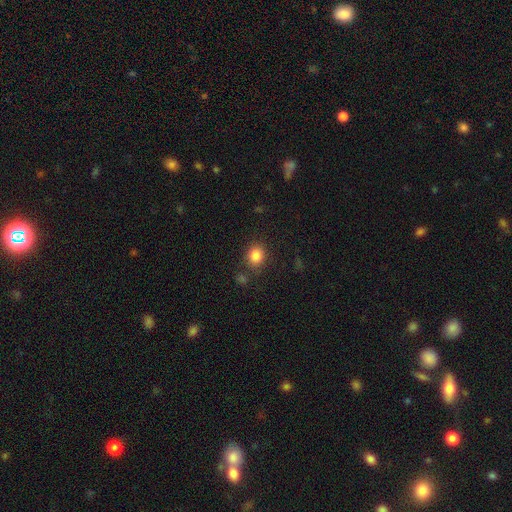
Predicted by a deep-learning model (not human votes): smooth-or-featured: smooth: 84% | star or artifact: 10% | featured or disk: 5%
  how-rounded: round: 69% | in between: 30% | cigar-shaped: 1%
  merging: none: 81% | minor disturbance: 11% | merger: 5% | major disturbance: 4%